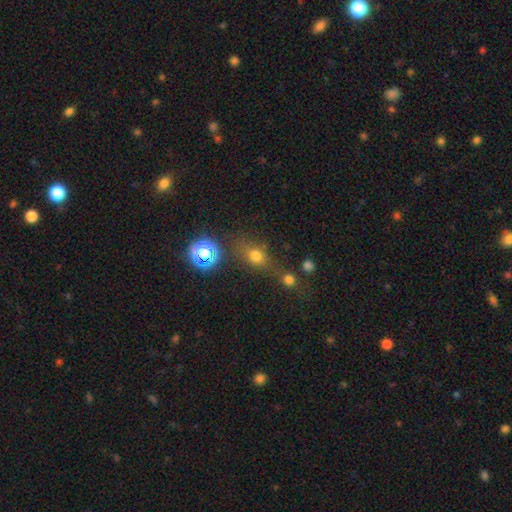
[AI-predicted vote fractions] Smooth or featured? Predicted: smooth (p=0.67). How rounded? Predicted: round (p=0.56). Merging? Predicted: none (p=0.58).